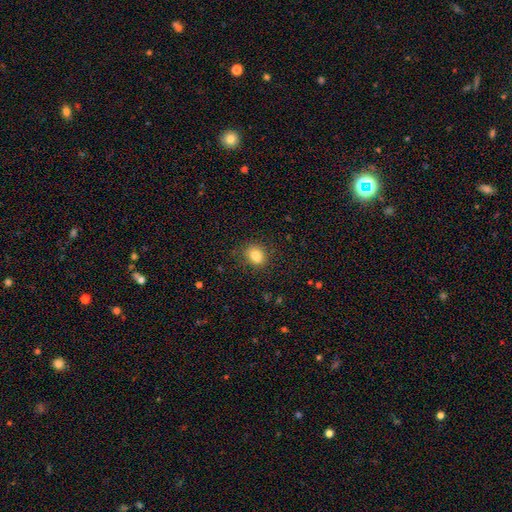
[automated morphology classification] A smooth galaxy with no disk features (84%) that is in between round and cigar-shaped (51%). Merging: none (82%).